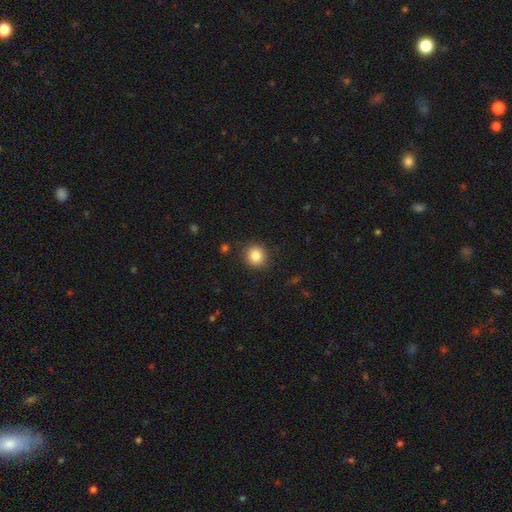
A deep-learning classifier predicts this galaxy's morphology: A smooth galaxy with no disk features (84%) that is round (89%).

Vote fractions:
- Smooth or featured? smooth: 84% / star or artifact: 10% / featured or disk: 6%
- How rounded? round: 89% / in between: 10% / cigar-shaped: 1%
- Merging? none: 88% / minor disturbance: 8% / major disturbance: 2% / merger: 1%